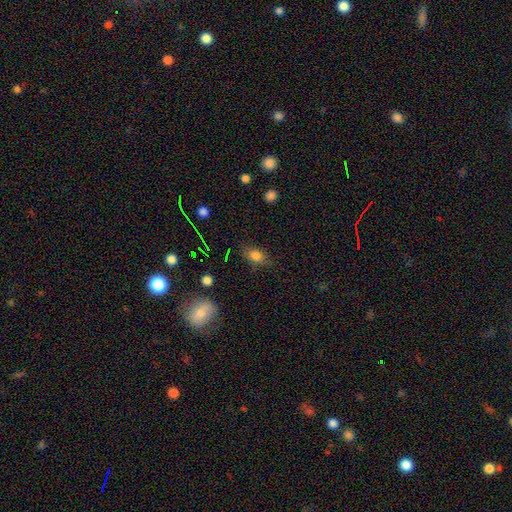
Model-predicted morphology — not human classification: Smooth or featured? Predicted: smooth (p=0.78). How rounded? Predicted: in between (p=0.74). Merging? Predicted: none (p=0.78).